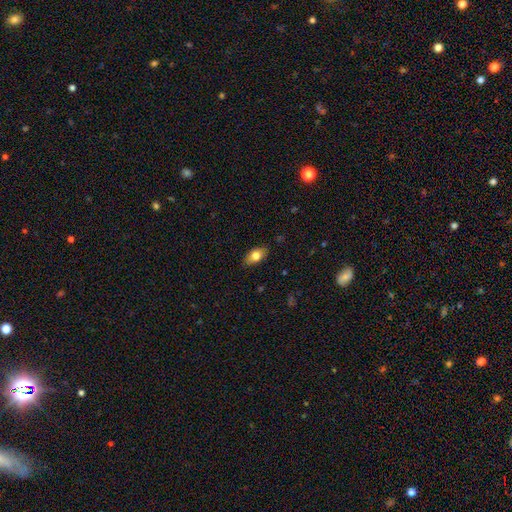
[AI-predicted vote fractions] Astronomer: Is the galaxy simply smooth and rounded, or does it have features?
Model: smooth — 76%.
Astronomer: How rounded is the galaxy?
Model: in between — 88%.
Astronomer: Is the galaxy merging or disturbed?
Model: none — 85%.